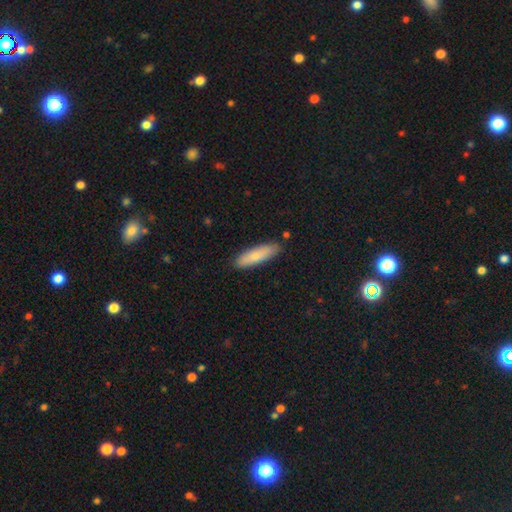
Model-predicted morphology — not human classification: Smooth or featured? Predicted: smooth (p=0.77). How rounded? Predicted: cigar-shaped (p=0.63). Merging? Predicted: none (p=0.86).